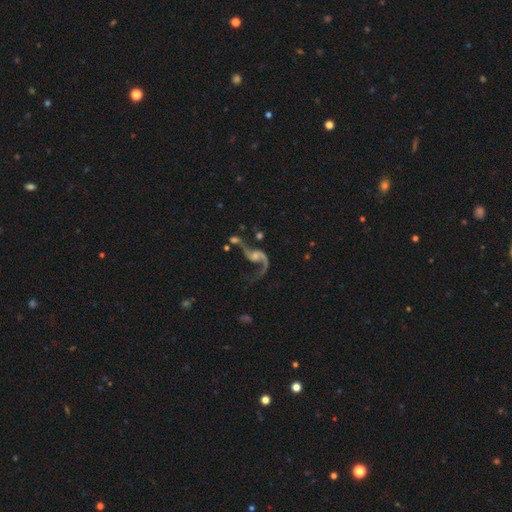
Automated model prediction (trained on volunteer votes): Smooth or featured: featured or disk — 85% (star or artifact — 8%)
Edge-on disk: no — 96% (yes — 4%)
Bar: no — 58% (weak — 32%)
Spiral arms: yes — 93% (no — 7%)
Spiral winding: loose — 78% (medium — 18%)
Spiral arm count: 2 — 74% (1 — 21%)
Bulge size: small — 43% (moderate — 35%)
Merging: none — 40% (major disturbance — 28%)